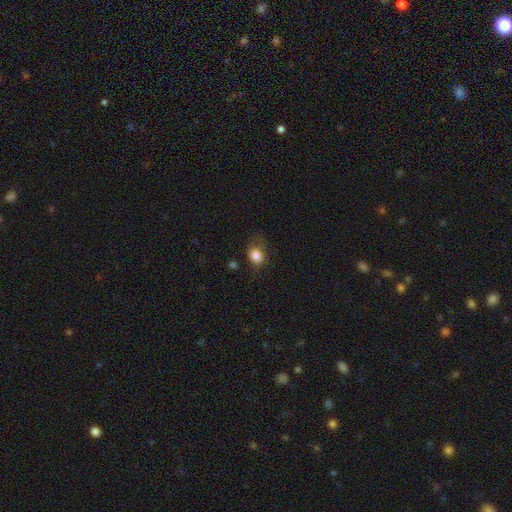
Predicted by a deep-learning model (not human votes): smooth 84%, star or artifact 10%, featured or disk 7%. Down the decision tree: how rounded — round (52%); merging — none (62%).